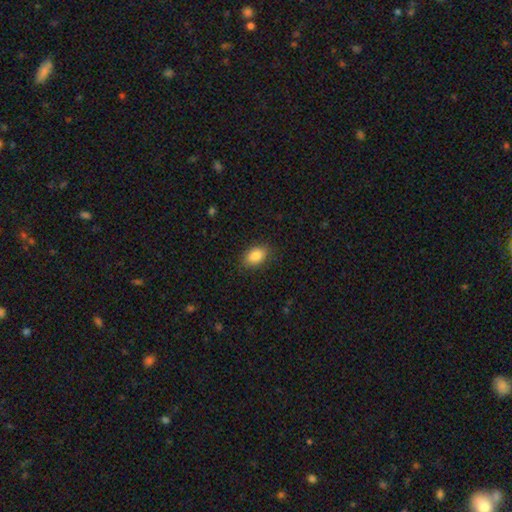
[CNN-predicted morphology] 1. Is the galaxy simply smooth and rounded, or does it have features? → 87% smooth, 8% star or artifact, 5% featured or disk.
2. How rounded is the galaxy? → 87% in between, 12% round, 2% cigar-shaped.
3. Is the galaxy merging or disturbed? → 85% none, 11% minor disturbance, 3% major disturbance, 1% merger.